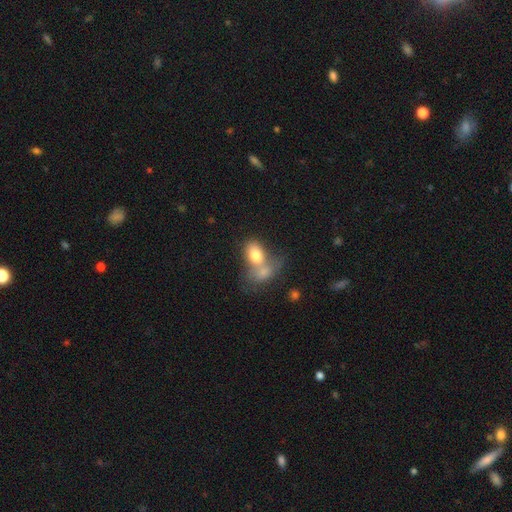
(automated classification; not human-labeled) Smooth or featured?
  - smooth: 76% *
  - featured or disk: 16%
  - star or artifact: 8%
How rounded?
  - in between: 78% *
  - round: 20%
  - cigar-shaped: 2%
Merging?
  - merger: 63% *
  - none: 19%
  - minor disturbance: 9%
  - major disturbance: 9%